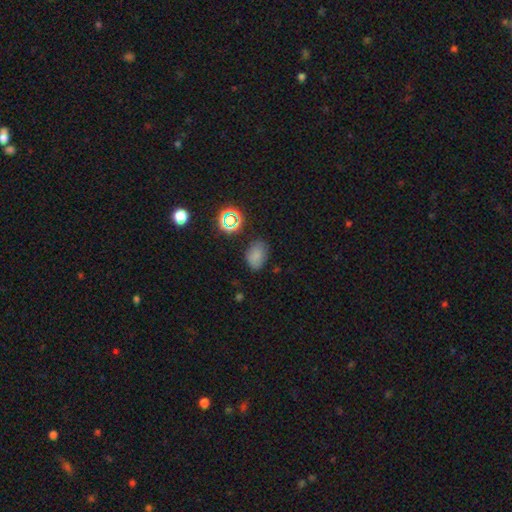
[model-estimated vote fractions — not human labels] smooth_or_featured: smooth (p=0.75) [alt: star or artifact p=0.17]
how_rounded: in between (p=0.81) [alt: round p=0.18]
merging: none (p=0.75) [alt: minor disturbance p=0.18]